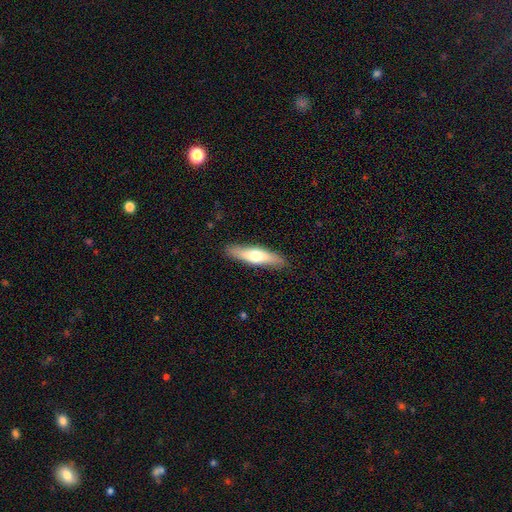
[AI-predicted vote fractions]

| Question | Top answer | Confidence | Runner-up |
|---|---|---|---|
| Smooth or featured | smooth | 56% | featured or disk (39%) |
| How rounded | cigar-shaped | 75% | in between (23%) |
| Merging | none | 88% | minor disturbance (9%) |